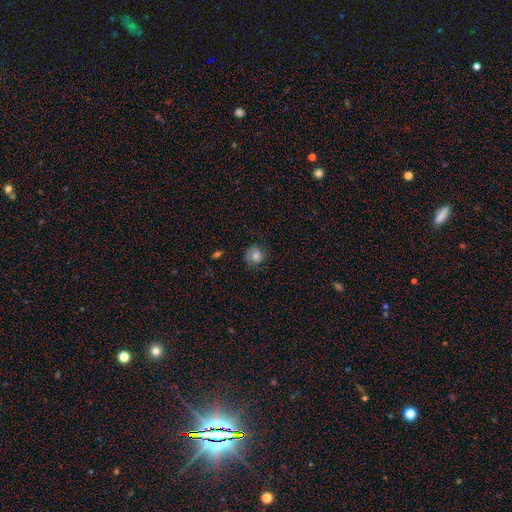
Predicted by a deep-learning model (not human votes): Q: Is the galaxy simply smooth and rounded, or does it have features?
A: smooth — 72%.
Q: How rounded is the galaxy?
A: round — 82%.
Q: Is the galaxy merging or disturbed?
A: none — 69%.